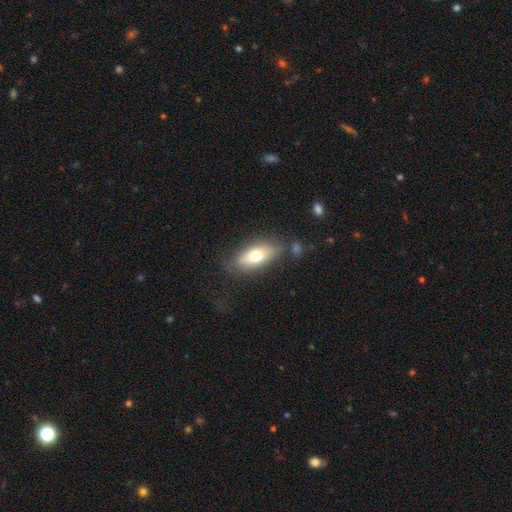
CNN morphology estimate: Smooth or featured: smooth — 68% (featured or disk — 24%)
How rounded: in between — 83% (cigar-shaped — 12%)
Merging: none — 72% (minor disturbance — 17%)